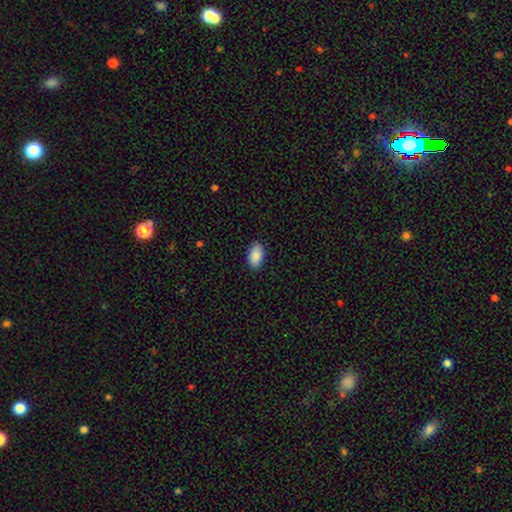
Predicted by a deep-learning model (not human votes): A smooth galaxy with no disk features (89%) that is in between round and cigar-shaped (94%). Merging: none (88%).